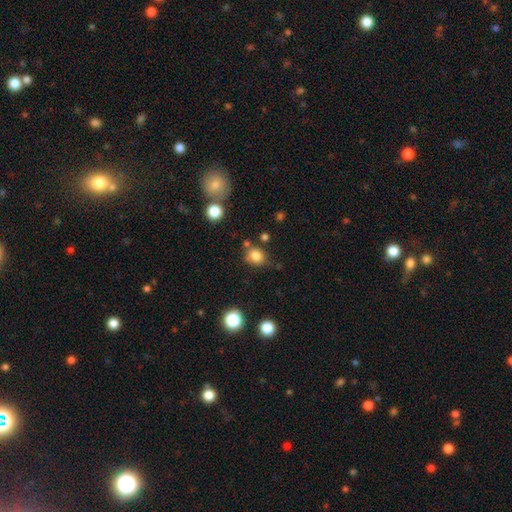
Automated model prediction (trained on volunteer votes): Smooth or featured? Predicted: smooth (p=0.82). How rounded? Predicted: round (p=0.60). Merging? Predicted: none (p=0.71).